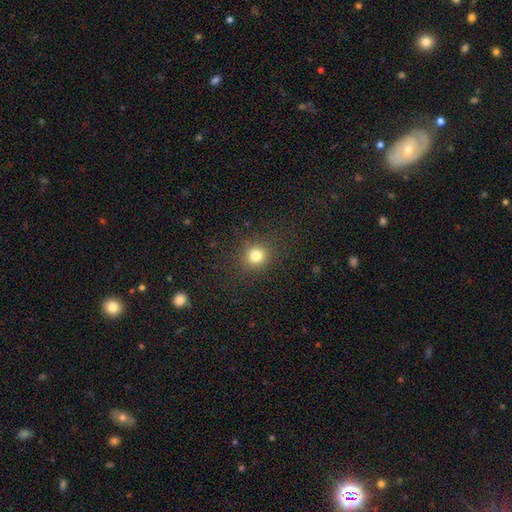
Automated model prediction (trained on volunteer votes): smooth 79%, star or artifact 14%, featured or disk 6%. Down the decision tree: how rounded — round (87%); merging — none (87%).